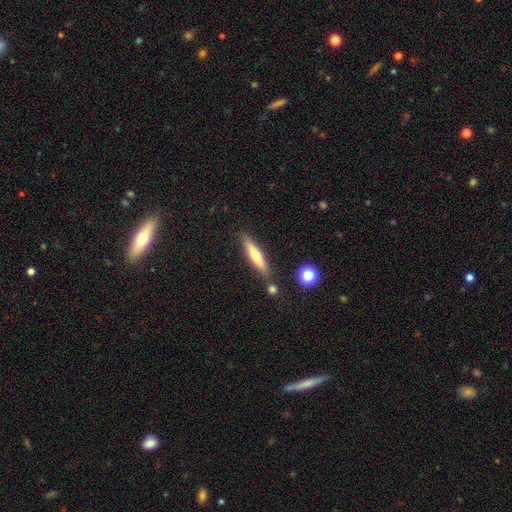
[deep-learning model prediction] Smooth or featured?
  - smooth: 55% *
  - featured or disk: 37%
  - star or artifact: 7%
How rounded?
  - cigar-shaped: 85% *
  - in between: 13%
  - round: 2%
Merging?
  - none: 77% *
  - minor disturbance: 12%
  - merger: 8%
  - major disturbance: 3%